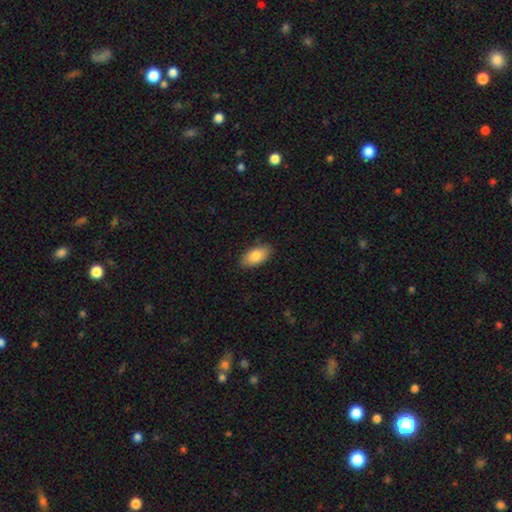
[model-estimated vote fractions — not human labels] smooth 83%, featured or disk 11%, star or artifact 6%. Down the decision tree: how rounded — in between (92%); merging — none (87%).